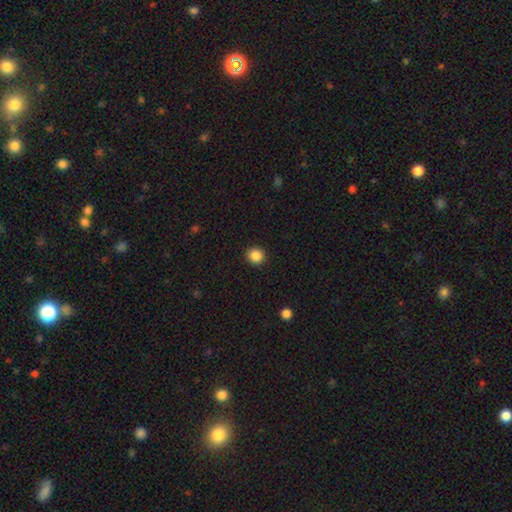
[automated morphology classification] This appears to be a smooth galaxy with no disk features (87%) that is round (90%). Merging: none (92%).